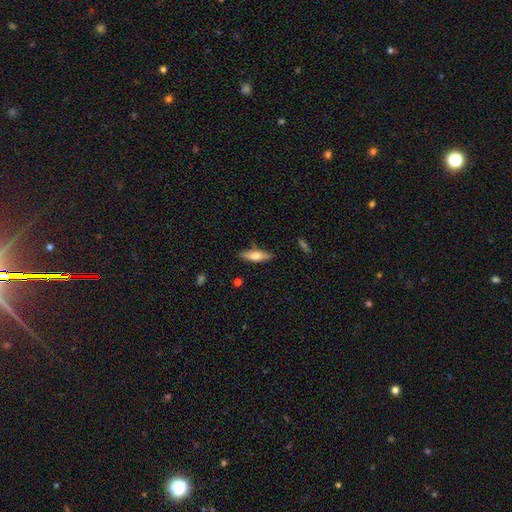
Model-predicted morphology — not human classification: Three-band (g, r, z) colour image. It shows a smooth galaxy with no disk features (63%) that is cigar-shaped (60%). Merging: none (82%).